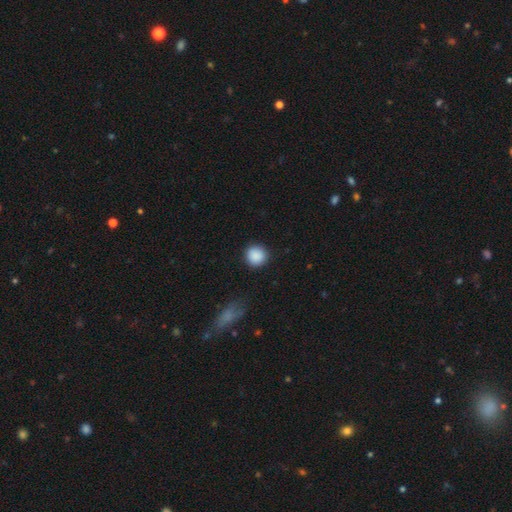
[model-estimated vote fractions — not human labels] A smooth galaxy with no disk features (89%) that is round (93%).

Vote fractions:
- Smooth or featured? smooth: 89% / star or artifact: 8% / featured or disk: 3%
- How rounded? round: 93% / in between: 6% / cigar-shaped: 1%
- Merging? none: 89% / minor disturbance: 7% / major disturbance: 3% / merger: 1%